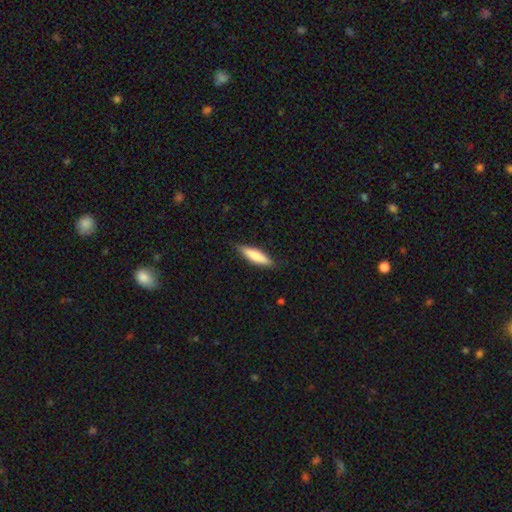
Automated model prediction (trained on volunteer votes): This appears to be a smooth galaxy with no disk features (74%) that is cigar-shaped (73%). Merging: none (86%).